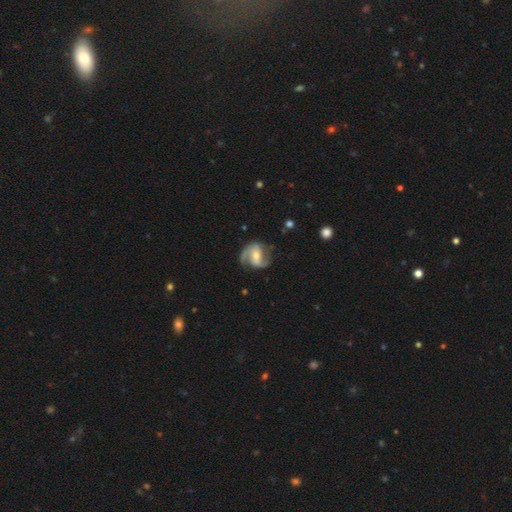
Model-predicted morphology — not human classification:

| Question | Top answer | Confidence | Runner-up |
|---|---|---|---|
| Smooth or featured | featured or disk | 85% | smooth (10%) |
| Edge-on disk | no | 98% | yes (2%) |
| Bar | weak | 42% | no (30%) |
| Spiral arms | yes | 96% | no (4%) |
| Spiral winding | medium | 50% | loose (30%) |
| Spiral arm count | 2 | 84% | 1 (5%) |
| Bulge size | moderate | 51% | small (42%) |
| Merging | none | 70% | minor disturbance (18%) |